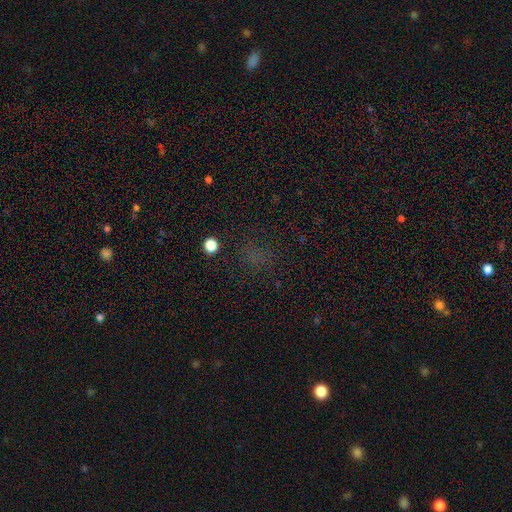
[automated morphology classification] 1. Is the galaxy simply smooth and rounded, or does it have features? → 49% smooth, 42% star or artifact, 9% featured or disk.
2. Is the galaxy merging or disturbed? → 74% none, 13% minor disturbance, 9% major disturbance, 3% merger.